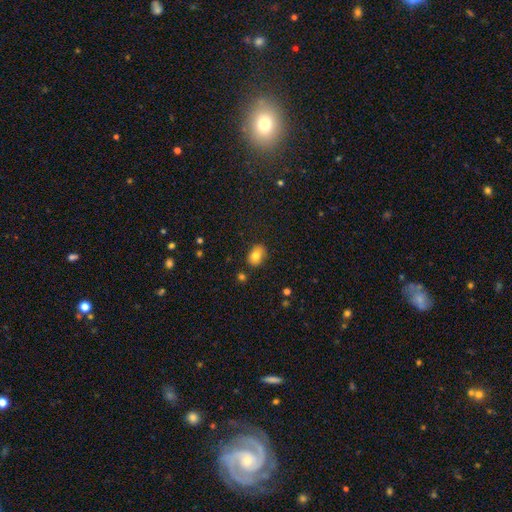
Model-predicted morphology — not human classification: smooth 79%, featured or disk 11%, star or artifact 10%. Down the decision tree: how rounded — in between (75%); merging — none (81%).